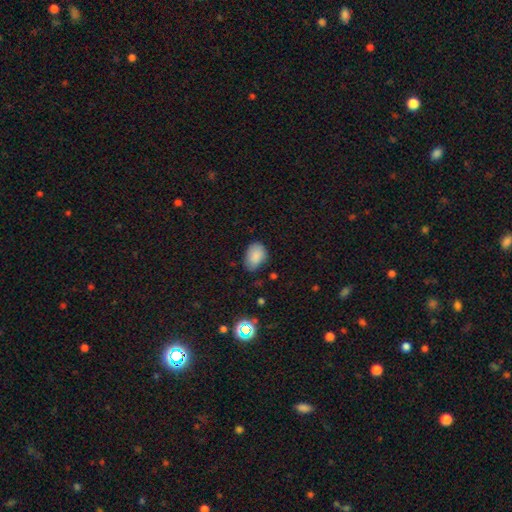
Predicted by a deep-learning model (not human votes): A smooth galaxy with no disk features (86%) that is in between round and cigar-shaped (82%).

Vote fractions:
- Smooth or featured? smooth: 86% / star or artifact: 8% / featured or disk: 6%
- How rounded? in between: 82% / round: 17% / cigar-shaped: 1%
- Merging? none: 67% / minor disturbance: 26% / major disturbance: 5% / merger: 2%